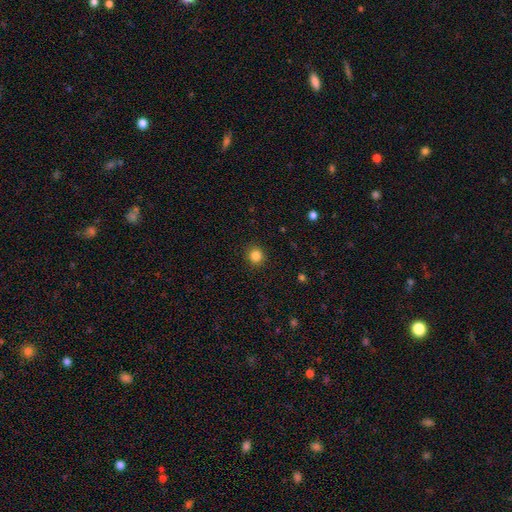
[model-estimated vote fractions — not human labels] Smooth or featured: smooth — 84% (star or artifact — 12%)
How rounded: round — 90% (in between — 9%)
Merging: none — 92% (minor disturbance — 6%)